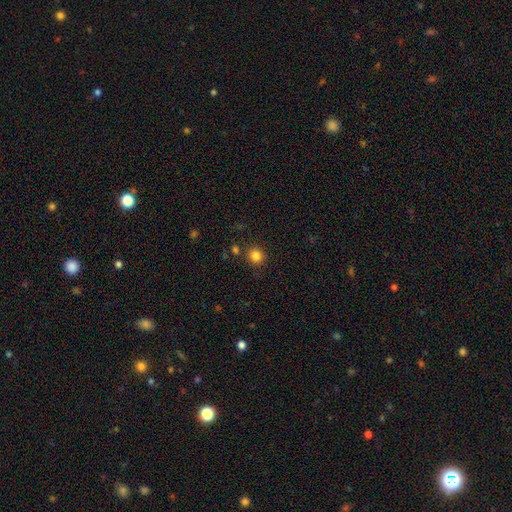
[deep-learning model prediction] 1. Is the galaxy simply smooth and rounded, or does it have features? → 83% smooth, 12% star or artifact, 5% featured or disk.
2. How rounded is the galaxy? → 88% round, 11% in between, 1% cigar-shaped.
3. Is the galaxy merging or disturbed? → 85% none, 8% minor disturbance, 4% merger, 3% major disturbance.